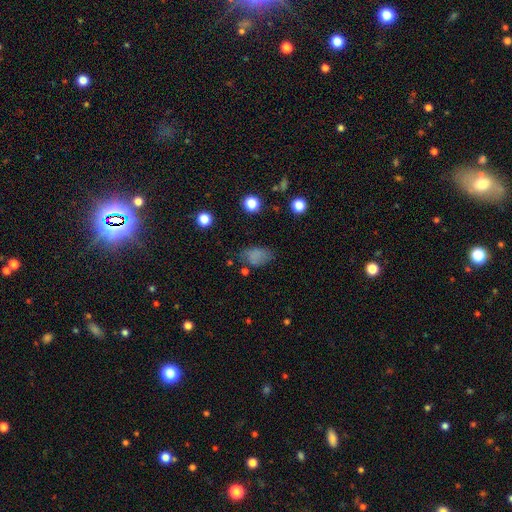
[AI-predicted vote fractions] Smooth or featured? Predicted: smooth (p=0.75). How rounded? Predicted: in between (p=0.86). Merging? Predicted: none (p=0.57).